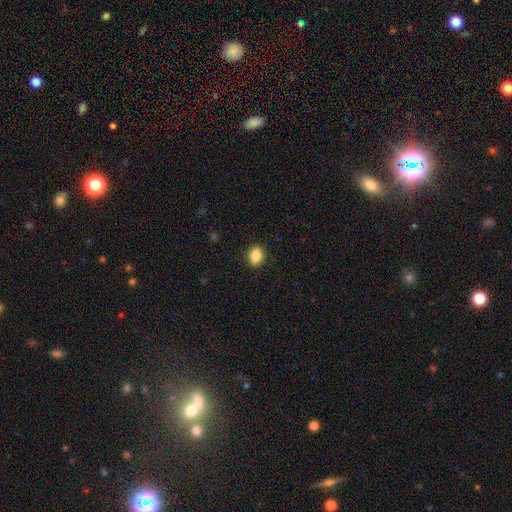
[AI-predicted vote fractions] Smooth or featured? smooth (86%)
How rounded? in between (67%)
Merging? none (88%)